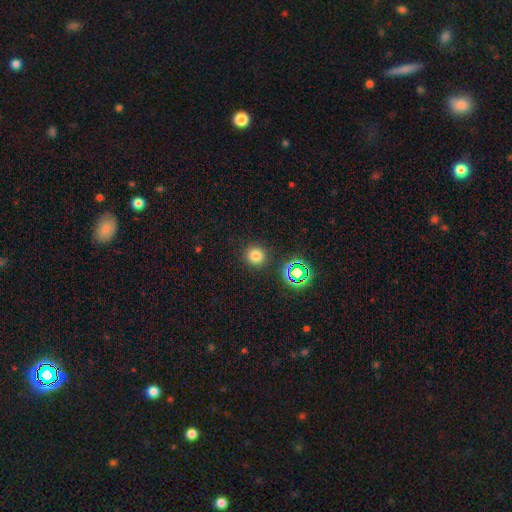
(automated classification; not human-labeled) Smooth or featured: smooth — 73% (star or artifact — 21%)
How rounded: round — 93% (in between — 6%)
Merging: none — 89% (minor disturbance — 7%)